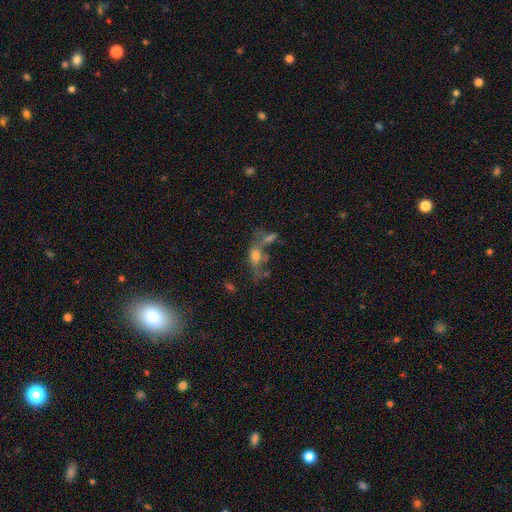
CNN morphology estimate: smooth-or-featured: smooth: 48% | featured or disk: 36% | star or artifact: 16%
  merging: merger: 37% | none: 31% | major disturbance: 18% | minor disturbance: 14%